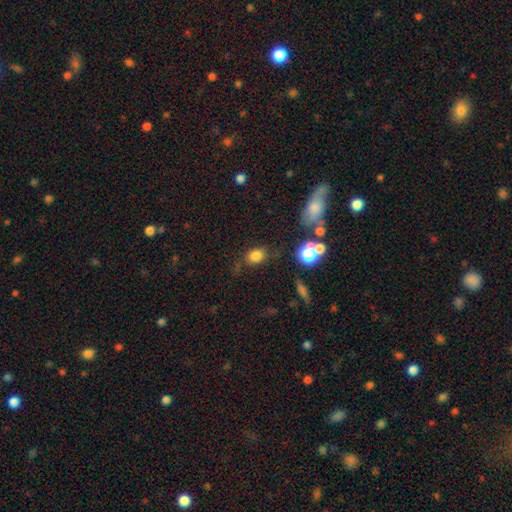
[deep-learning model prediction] A smooth galaxy with no disk features (78%) that is in between round and cigar-shaped (62%). Merging: none (69%).